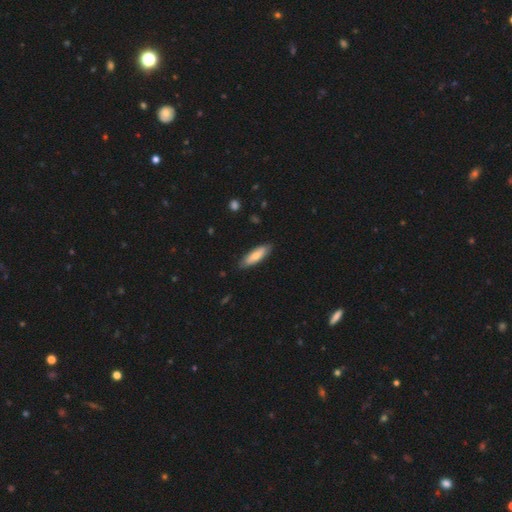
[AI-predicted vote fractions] Smooth or featured: smooth — 74% (featured or disk — 20%)
How rounded: cigar-shaped — 52% (in between — 46%)
Merging: none — 86% (minor disturbance — 11%)